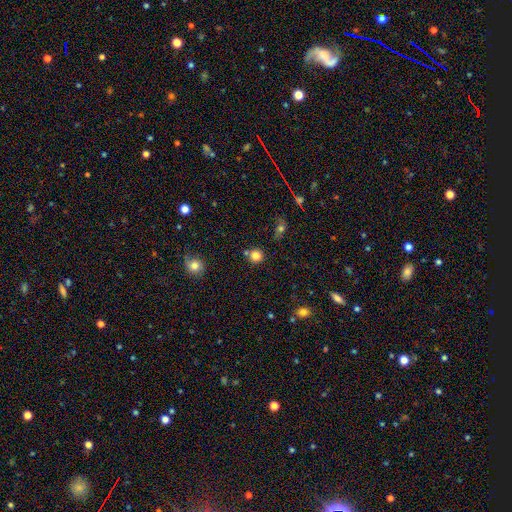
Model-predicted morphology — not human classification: smooth-or-featured: smooth: 81% | star or artifact: 13% | featured or disk: 6%
  how-rounded: round: 91% | in between: 8% | cigar-shaped: 1%
  merging: none: 75% | merger: 12% | minor disturbance: 10% | major disturbance: 3%